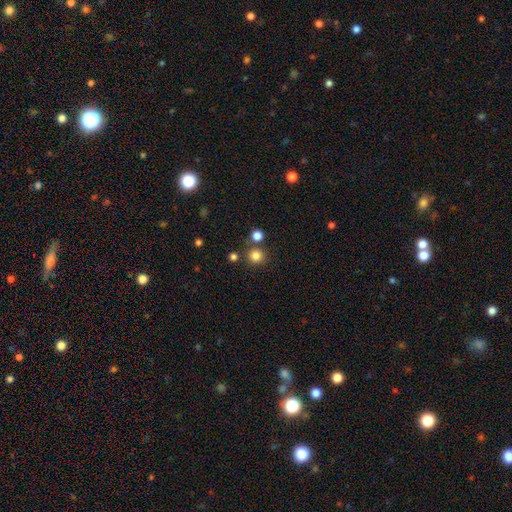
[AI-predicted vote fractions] smooth_or_featured: smooth (p=0.81) [alt: star or artifact p=0.14]
how_rounded: round (p=0.94) [alt: in between p=0.05]
merging: none (p=0.80) [alt: merger p=0.10]